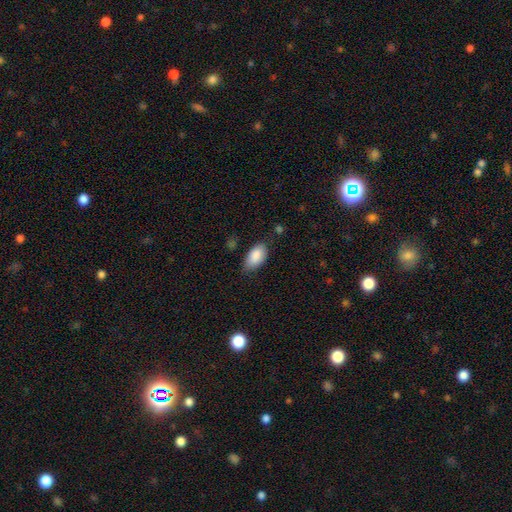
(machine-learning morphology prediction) type=smooth (88%); roundness=in between (94%); merging=none (71%).